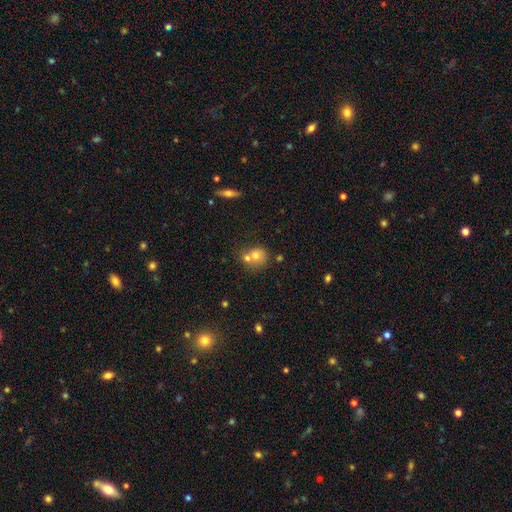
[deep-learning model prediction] The model was most divided on "merging": merger: 50%, none: 37%, minor disturbance: 9%, major disturbance: 4%. More confident: how rounded — round (78%); smooth or featured — smooth (68%).